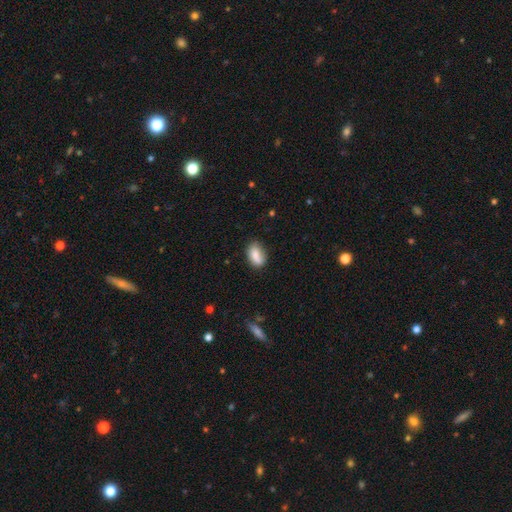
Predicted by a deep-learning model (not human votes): smooth_or_featured: smooth (p=0.82) [alt: featured or disk p=0.11]
how_rounded: in between (p=0.87) [alt: round p=0.10]
merging: none (p=0.68) [alt: minor disturbance p=0.22]